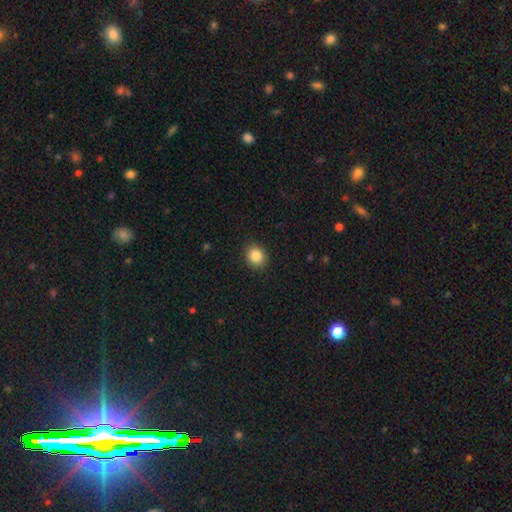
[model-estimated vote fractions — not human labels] smooth 86%, star or artifact 9%, featured or disk 5%. Down the decision tree: how rounded — round (64%); merging — none (90%).